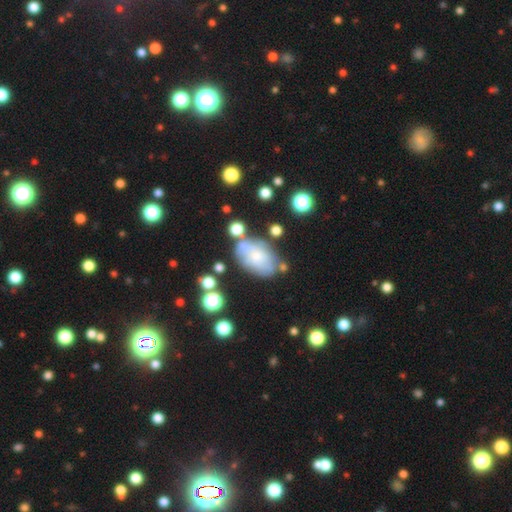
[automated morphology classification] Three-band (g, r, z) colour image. It shows a smooth galaxy with no disk features (54%) that is in between round and cigar-shaped (87%). Merging: none (53%).